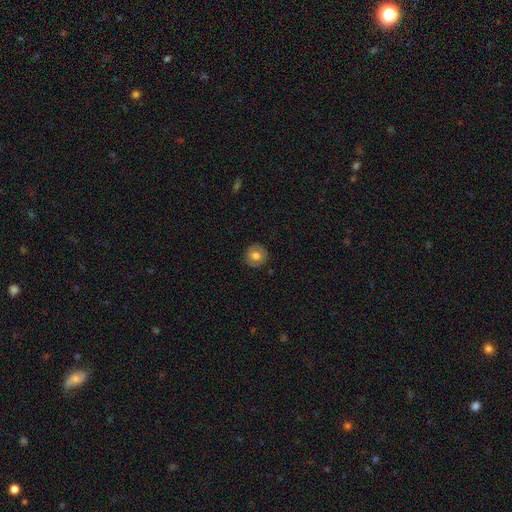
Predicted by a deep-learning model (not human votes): A smooth galaxy with no disk features (72%) that is round (92%).

Vote fractions:
- Smooth or featured? smooth: 72% / featured or disk: 20% / star or artifact: 8%
- How rounded? round: 92% / in between: 7% / cigar-shaped: 1%
- Merging? none: 88% / minor disturbance: 8% / major disturbance: 2% / merger: 1%